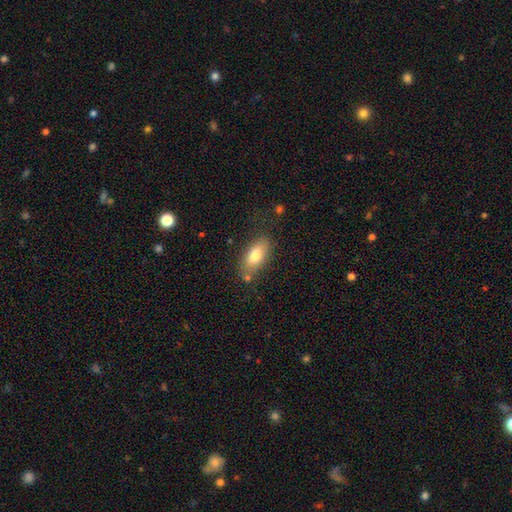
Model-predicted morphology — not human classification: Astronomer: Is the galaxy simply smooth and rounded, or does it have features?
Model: smooth — 78%.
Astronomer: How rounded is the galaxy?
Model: in between — 87%.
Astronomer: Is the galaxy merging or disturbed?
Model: none — 74%.